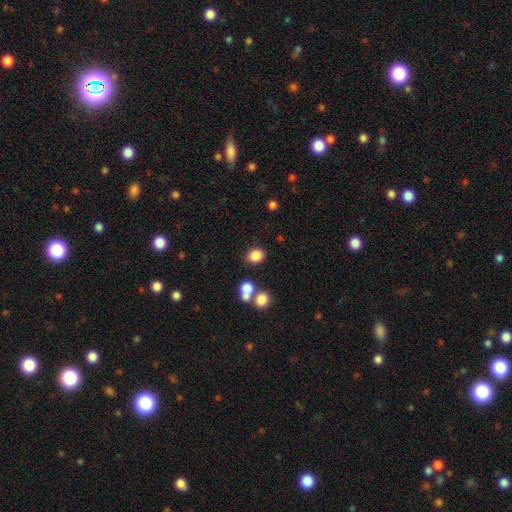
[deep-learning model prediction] A smooth galaxy with no disk features (83%) that is round (60%). Merging: none (77%).